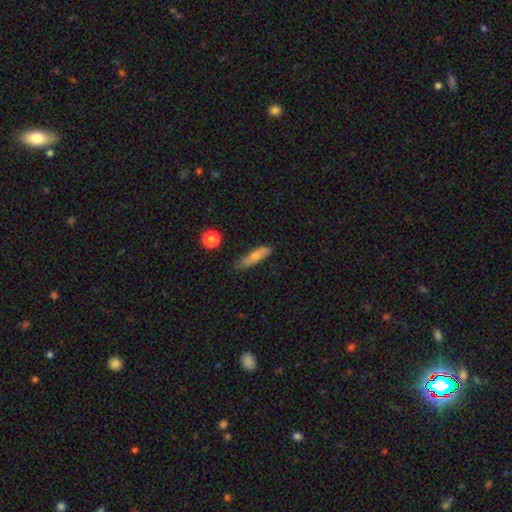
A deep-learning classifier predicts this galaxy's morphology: A smooth galaxy with no disk features (74%) that is cigar-shaped (65%).

Vote fractions:
- Smooth or featured? smooth: 74% / featured or disk: 18% / star or artifact: 8%
- How rounded? cigar-shaped: 65% / in between: 32% / round: 3%
- Merging? none: 70% / minor disturbance: 23% / major disturbance: 5% / merger: 2%